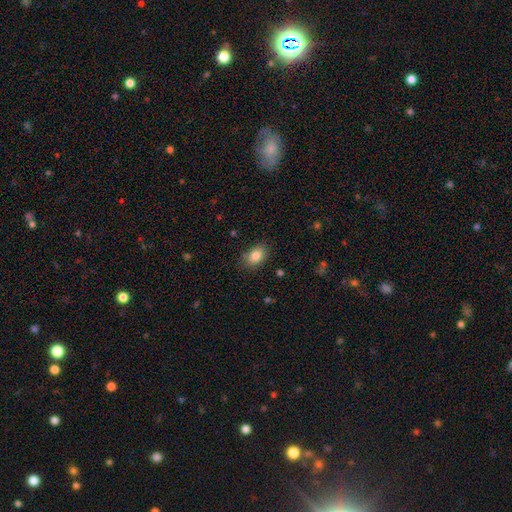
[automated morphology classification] smooth 84%, star or artifact 9%, featured or disk 7%. Down the decision tree: how rounded — in between (80%); merging — none (82%).